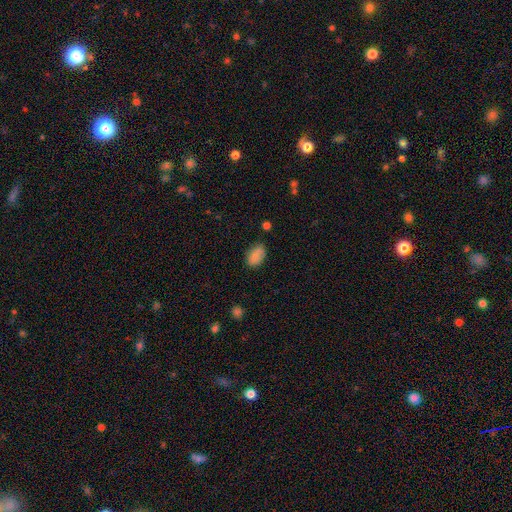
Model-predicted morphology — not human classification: Smooth or featured?
  - smooth: 84% *
  - star or artifact: 8%
  - featured or disk: 8%
How rounded?
  - in between: 89% *
  - round: 10%
  - cigar-shaped: 1%
Merging?
  - none: 74% *
  - minor disturbance: 19%
  - major disturbance: 4%
  - merger: 3%